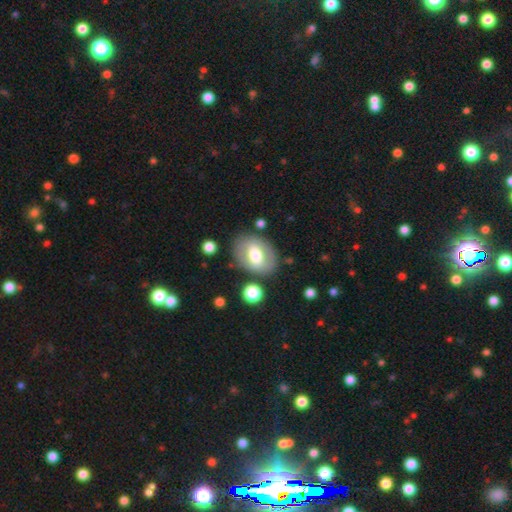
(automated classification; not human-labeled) A smooth galaxy with no disk features (54%) that is in between round and cigar-shaped (71%). Merging: none (75%).